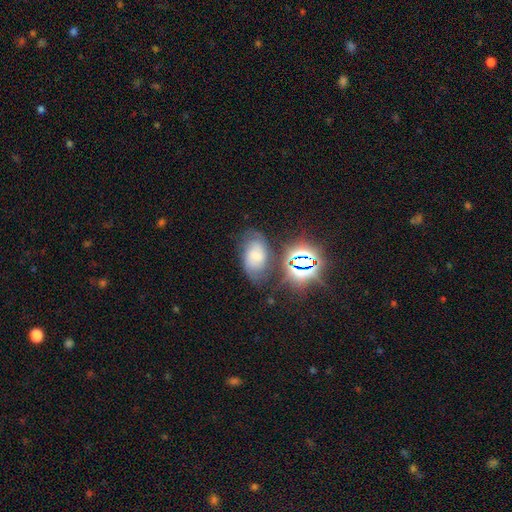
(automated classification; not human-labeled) A smooth galaxy with no disk features (41%).

Vote fractions:
- Smooth or featured? smooth: 41% / featured or disk: 35% / star or artifact: 24%
- Merging? none: 61% / minor disturbance: 22% / major disturbance: 10% / merger: 7%